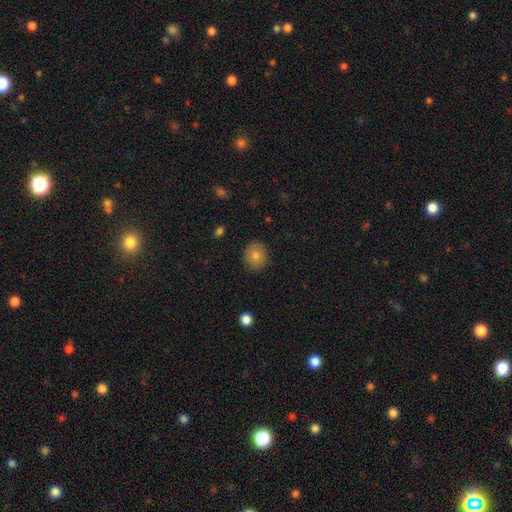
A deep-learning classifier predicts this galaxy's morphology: smooth 81%, featured or disk 11%, star or artifact 9%. Down the decision tree: how rounded — round (82%); merging — none (89%).